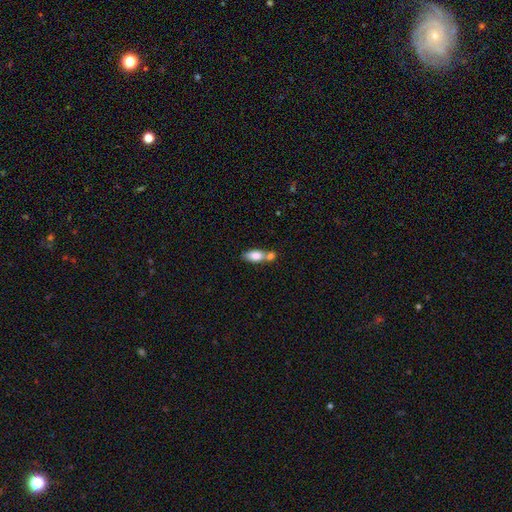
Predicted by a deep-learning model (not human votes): smooth-or-featured: smooth: 79% | featured or disk: 13% | star or artifact: 7%
  how-rounded: in between: 84% | cigar-shaped: 11% | round: 5%
  merging: merger: 48% | none: 37% | minor disturbance: 12% | major disturbance: 4%